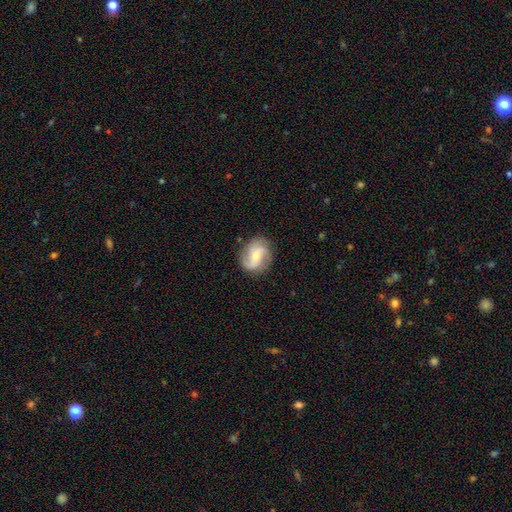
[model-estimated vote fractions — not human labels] smooth-or-featured: featured or disk: 74% | smooth: 19% | star or artifact: 6%
  disk-edge-on: no: 97% | yes: 3%
    bar: no: 42% | weak: 41% | strong: 17%
    has-spiral-arms: yes: 94% | no: 6%
      spiral-winding: medium: 41% | loose: 39% | tight: 19%
      spiral-arm-count: 2: 57% | 3: 24% | can't tell: 10% | 4: 4% | 1: 3% | more than 4: 3%
    bulge-size: moderate: 51% | small: 45% | large: 2% | none: 1% | dominant: 1%
  merging: none: 82% | minor disturbance: 13% | major disturbance: 4% | merger: 1%